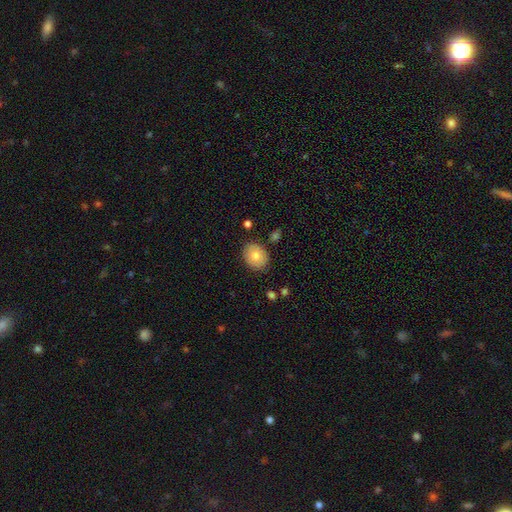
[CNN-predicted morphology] A smooth galaxy with no disk features (77%) that is round (51%).

Vote fractions:
- Smooth or featured? smooth: 77% / featured or disk: 16% / star or artifact: 8%
- How rounded? round: 51% / in between: 48% / cigar-shaped: 1%
- Merging? none: 85% / minor disturbance: 11% / major disturbance: 2% / merger: 2%